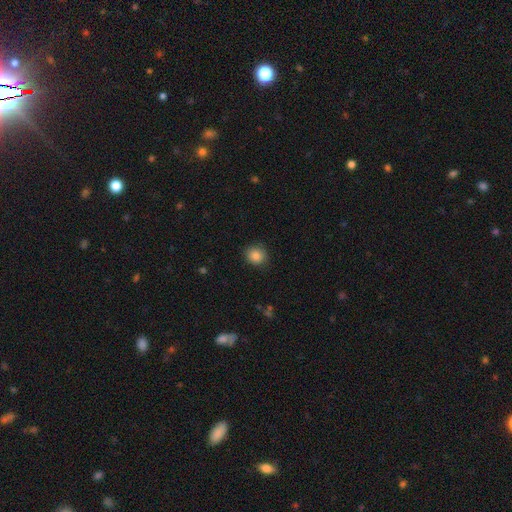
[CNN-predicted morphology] Smooth or featured? Predicted: smooth (p=0.85). How rounded? Predicted: round (p=0.83). Merging? Predicted: none (p=0.88).